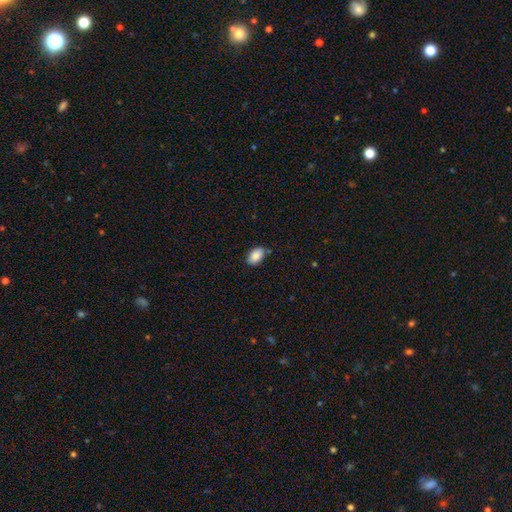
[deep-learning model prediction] A smooth galaxy with no disk features (87%) that is in between round and cigar-shaped (90%).

Vote fractions:
- Smooth or featured? smooth: 87% / star or artifact: 7% / featured or disk: 6%
- How rounded? in between: 90% / round: 8% / cigar-shaped: 1%
- Merging? none: 77% / minor disturbance: 18% / major disturbance: 3% / merger: 2%